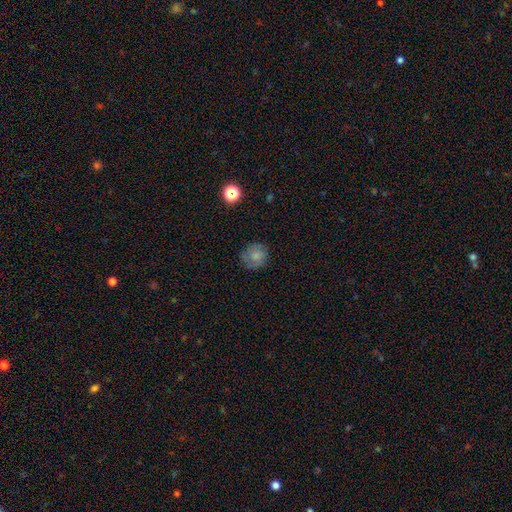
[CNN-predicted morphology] Smooth or featured? smooth (71%)
How rounded? round (86%)
Merging? none (77%)